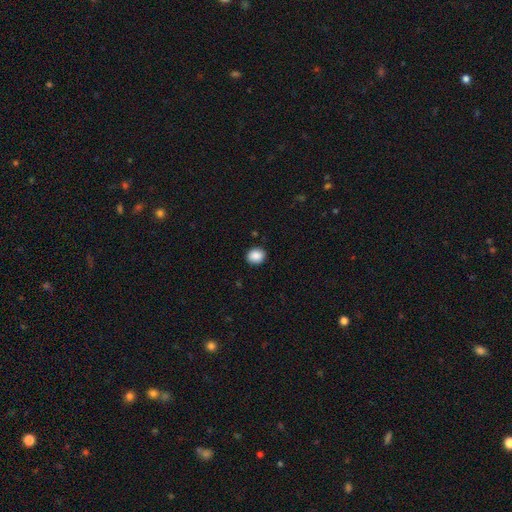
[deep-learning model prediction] Overall: smooth (89%). How rounded: round (74%). Merging: none (90%).